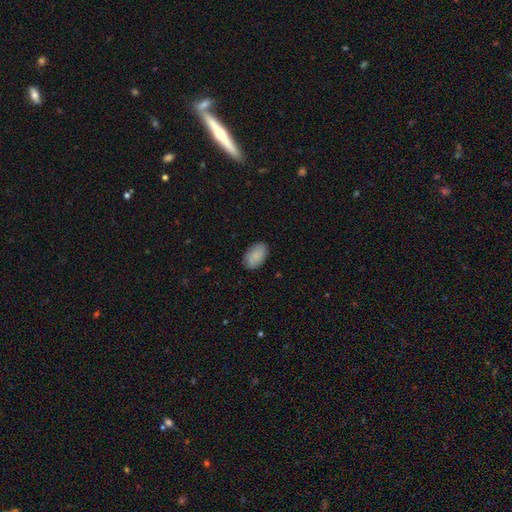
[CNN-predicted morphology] smooth-or-featured: smooth: 85% | featured or disk: 9% | star or artifact: 6%
  how-rounded: in between: 92% | round: 6% | cigar-shaped: 1%
  merging: none: 85% | minor disturbance: 11% | major disturbance: 2% | merger: 1%